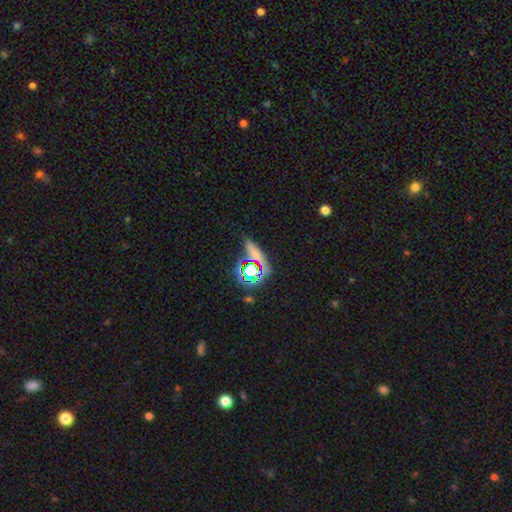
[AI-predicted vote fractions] A smooth galaxy with no disk features (49%). Merging: none (71%).